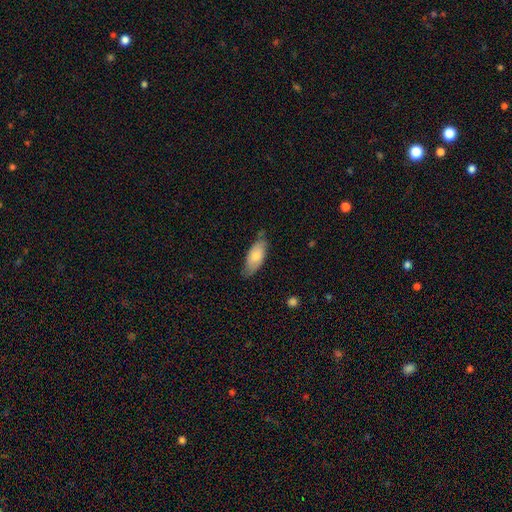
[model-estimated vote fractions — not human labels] Smooth or featured? smooth (72%)
How rounded? in between (84%)
Merging? none (73%)